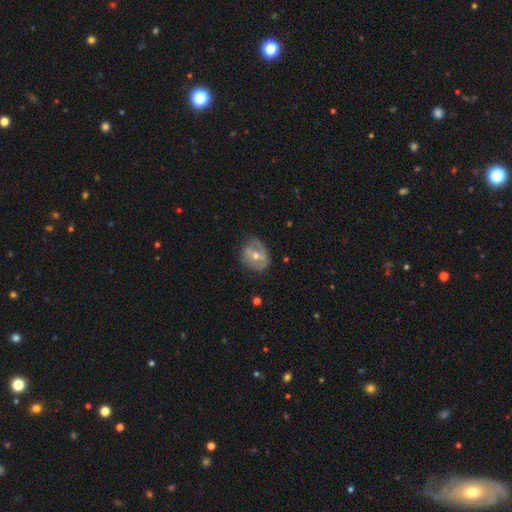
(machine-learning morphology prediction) A featured or disk galaxy (56%) with no bar (59%), no spiral arms (55%) and a moderate central bulge (65%).

Vote fractions:
- Smooth or featured? featured or disk: 56% / smooth: 35% / star or artifact: 9%
- Edge-on disk? no: 95% / yes: 5%
- Bar? no: 59% / weak: 28% / strong: 12%
- Spiral arms? no: 55% / yes: 45%
- Bulge size? moderate: 65% / small: 32% / large: 2% / none: 1% / dominant: 1%
- Merging? none: 61% / minor disturbance: 28% / major disturbance: 8% / merger: 3%